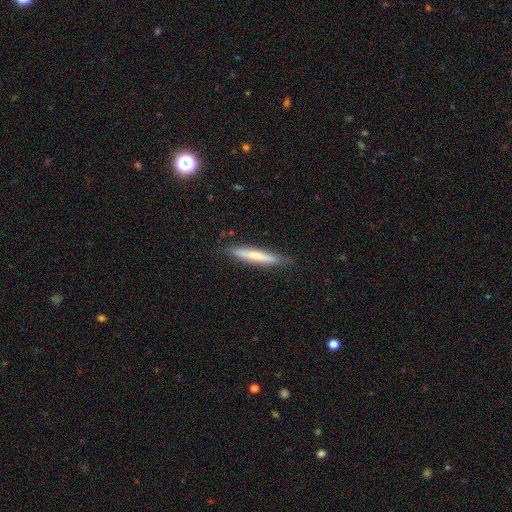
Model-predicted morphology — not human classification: Q: Smooth or featured?
A: smooth (64%); runner-up: featured or disk (31%)
Q: How rounded?
A: cigar-shaped (94%); runner-up: in between (5%)
Q: Merging?
A: none (86%); runner-up: minor disturbance (11%)